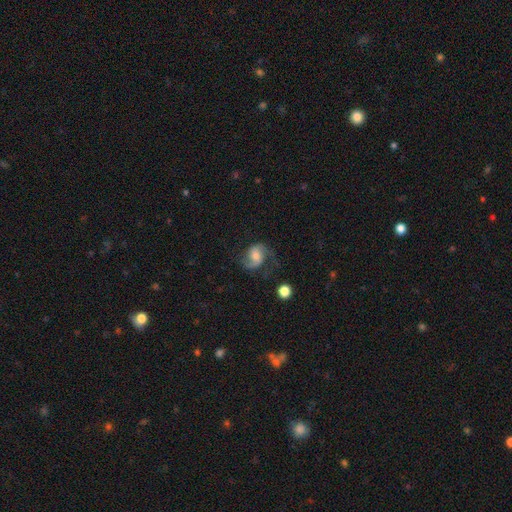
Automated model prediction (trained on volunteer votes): Morphology: type=featured or disk (79%); edge-on=no (98%); bar=no (59%); spiral arms=yes (96%); winding=medium (47%); arm count=2 (88%); bulge=moderate (53%); merging=none (64%).